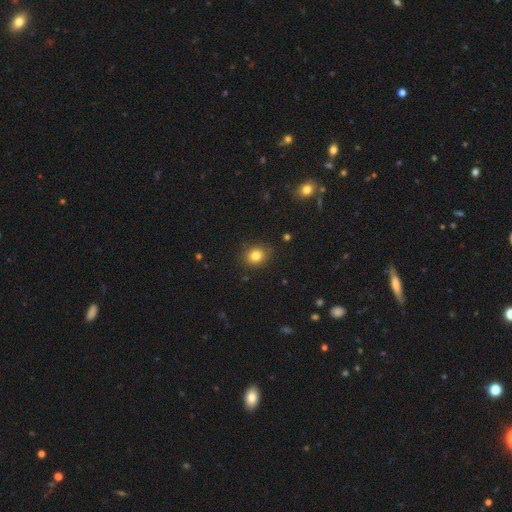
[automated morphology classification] smooth_or_featured: smooth (p=0.82) [alt: star or artifact p=0.12]
how_rounded: round (p=0.73) [alt: in between p=0.26]
merging: none (p=0.87) [alt: minor disturbance p=0.10]